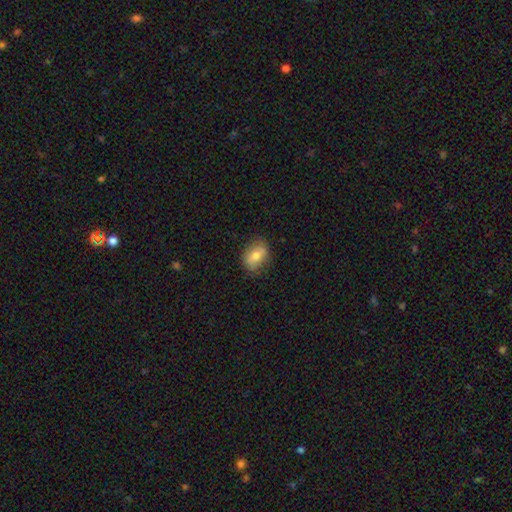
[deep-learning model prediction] Smooth or featured: smooth — 70% (featured or disk — 22%)
How rounded: in between — 73% (round — 25%)
Merging: none — 81% (minor disturbance — 15%)